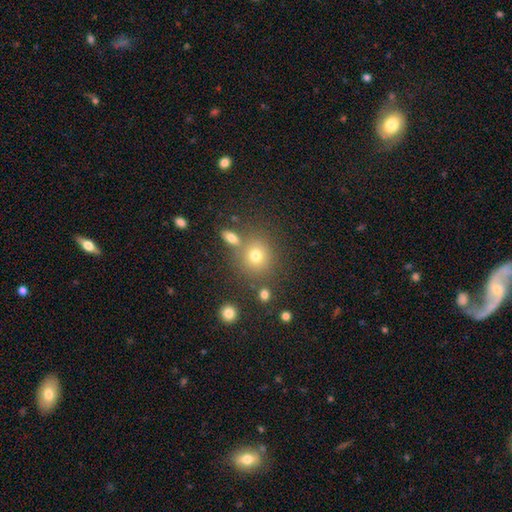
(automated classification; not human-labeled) A smooth galaxy with no disk features (72%) that is round (87%). Merging: none (73%).